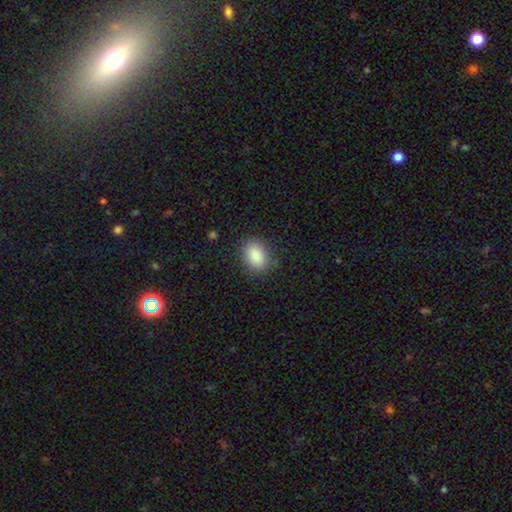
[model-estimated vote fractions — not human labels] Morphology: type=smooth (88%); roundness=in between (71%); merging=none (83%).